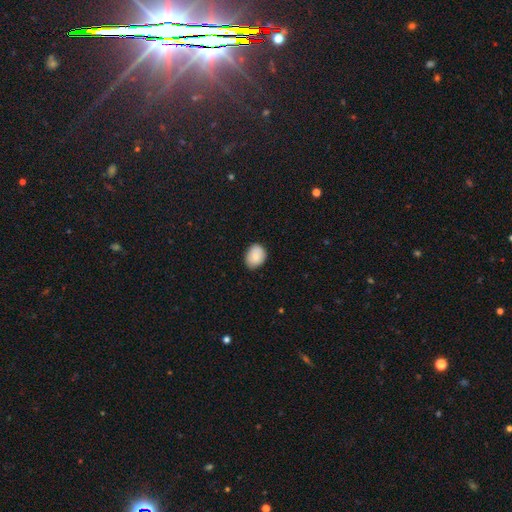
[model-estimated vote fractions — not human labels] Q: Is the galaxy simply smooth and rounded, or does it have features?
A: smooth — 83%.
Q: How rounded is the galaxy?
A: in between — 58%.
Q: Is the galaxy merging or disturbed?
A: none — 81%.